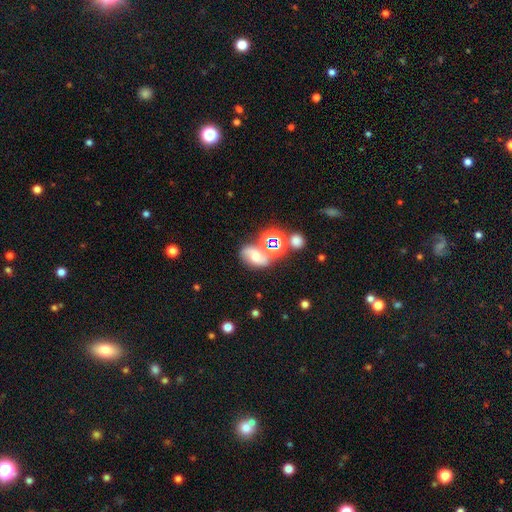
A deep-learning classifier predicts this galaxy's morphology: Smooth or featured: featured or disk — 40% (smooth — 35%)
Merging: none — 45% (merger — 28%)